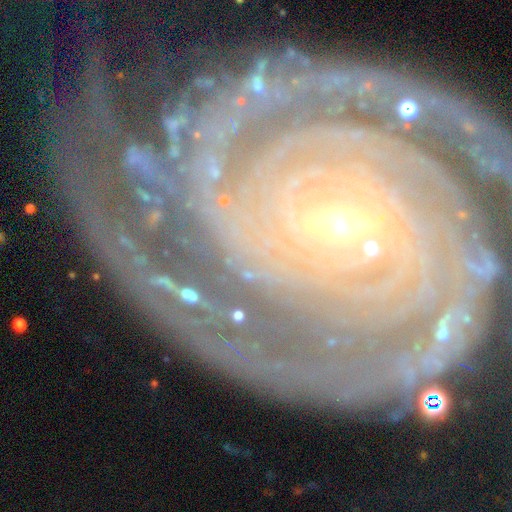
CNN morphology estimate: Smooth or featured: featured or disk — 92% (star or artifact — 5%)
Edge-on disk: no — 98% (yes — 2%)
Bar: weak — 39% (no — 35%)
Spiral arms: yes — 98% (no — 2%)
Spiral winding: tight — 79% (medium — 17%)
Spiral arm count: 2 — 44% (3 — 15%)
Bulge size: small — 79% (moderate — 17%)
Merging: none — 69% (minor disturbance — 17%)